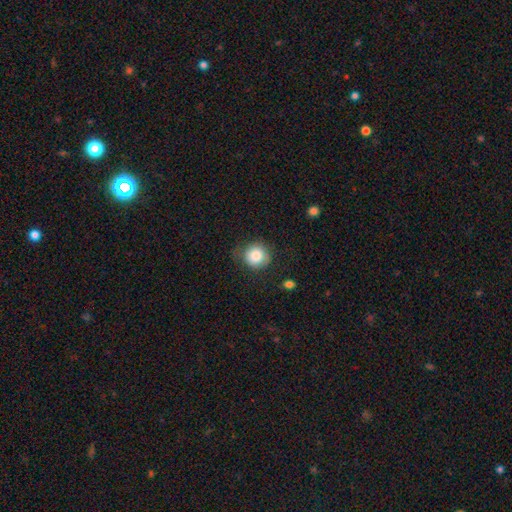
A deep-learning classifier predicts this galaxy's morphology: type=smooth (85%); roundness=round (90%); merging=none (73%).